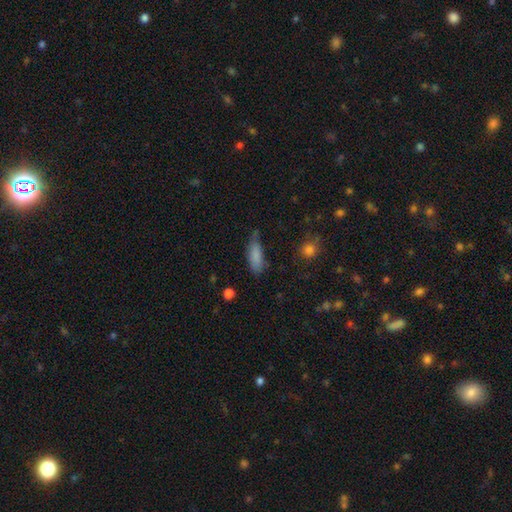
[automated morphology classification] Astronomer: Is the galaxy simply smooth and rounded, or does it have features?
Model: smooth — 84%.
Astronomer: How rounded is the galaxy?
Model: in between — 66%.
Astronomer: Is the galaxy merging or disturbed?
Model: none — 55% (runner-up: minor disturbance, 33%).